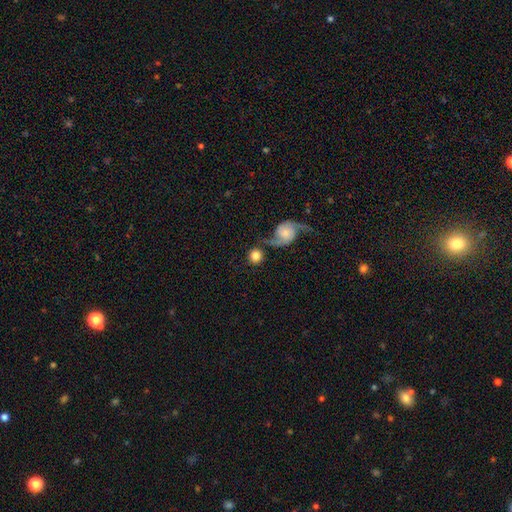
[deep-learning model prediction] A smooth galaxy with no disk features (71%) that is round (93%).

Vote fractions:
- Smooth or featured? smooth: 71% / featured or disk: 22% / star or artifact: 7%
- How rounded? round: 93% / in between: 6% / cigar-shaped: 1%
- Merging? none: 66% / merger: 16% / minor disturbance: 11% / major disturbance: 7%